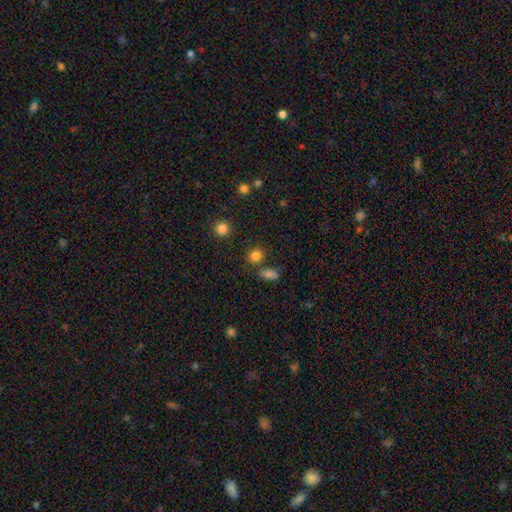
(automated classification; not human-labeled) Smooth or featured: smooth — 81% (star or artifact — 14%)
How rounded: round — 77% (in between — 22%)
Merging: none — 74% (merger — 13%)